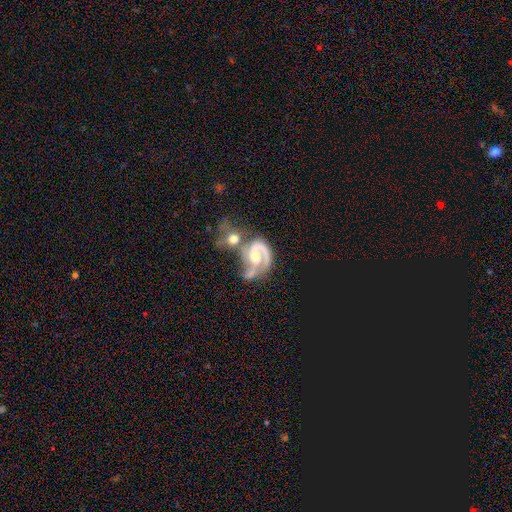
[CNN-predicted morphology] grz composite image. It shows a featured or disk galaxy (87%) with no bar (51%), 2 (63%) medium (48%) spiral arms (95%) and a moderate central bulge (68%). Merging: merger (54%).